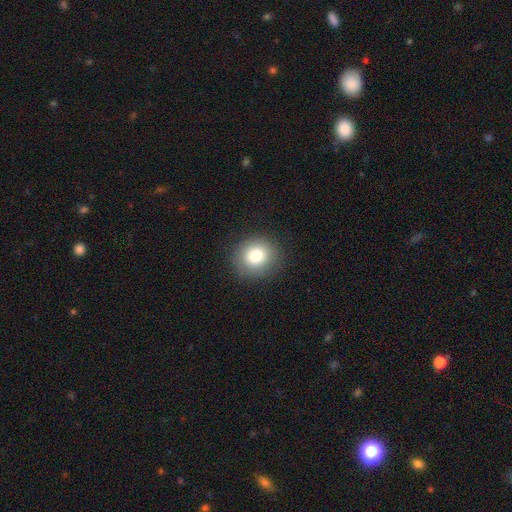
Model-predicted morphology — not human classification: smooth-or-featured: smooth: 81% | star or artifact: 11% | featured or disk: 9%
  how-rounded: round: 84% | in between: 15% | cigar-shaped: 1%
  merging: none: 88% | minor disturbance: 8% | major disturbance: 3% | merger: 1%